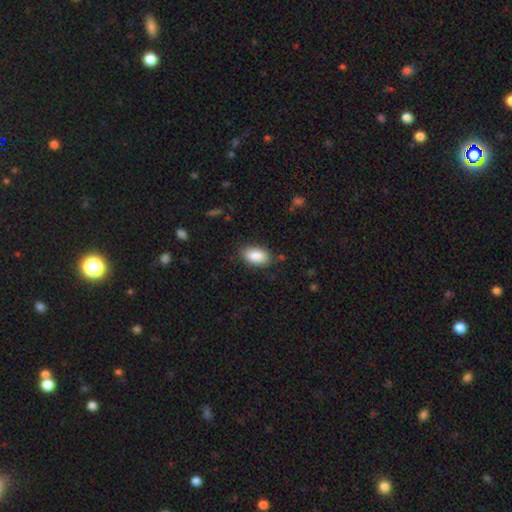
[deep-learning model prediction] This is clearly a smooth galaxy (88%). How rounded: clearly in between (93%). Merging: clearly none (84%).